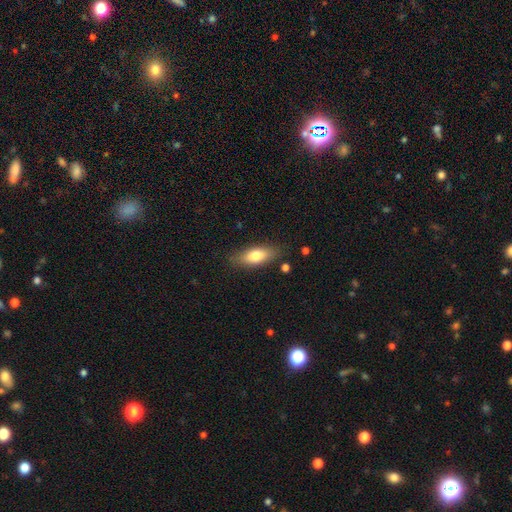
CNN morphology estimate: This is likely a smooth galaxy (76%). How rounded: likely in between (74%). Merging: clearly none (82%).